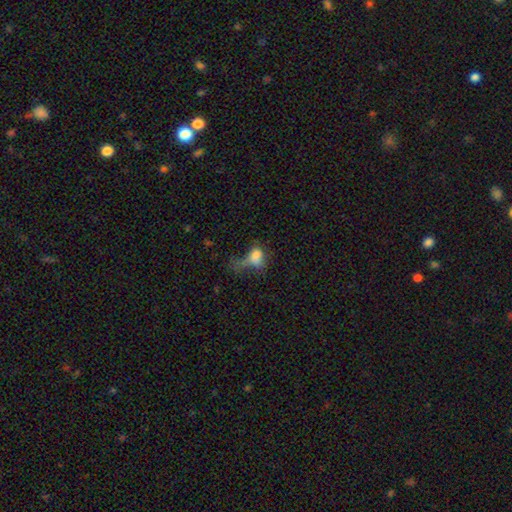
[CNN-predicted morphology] smooth_or_featured: smooth (p=0.69) [alt: featured or disk p=0.18]
how_rounded: in between (p=0.75) [alt: round p=0.22]
merging: major disturbance (p=0.53) [alt: none p=0.17]